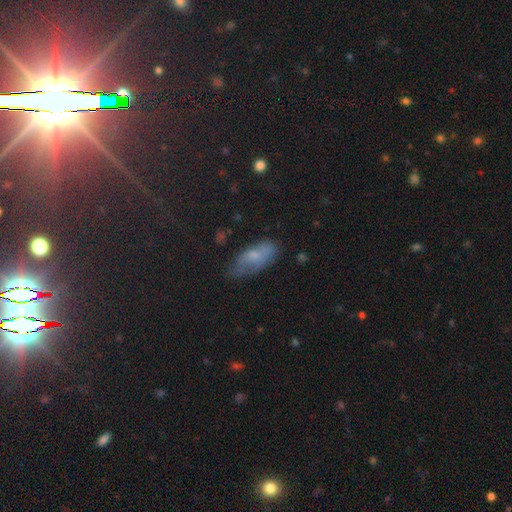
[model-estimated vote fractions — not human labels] Smooth or featured: smooth — 62% (featured or disk — 25%)
How rounded: in between — 83% (cigar-shaped — 13%)
Merging: none — 55% (minor disturbance — 30%)